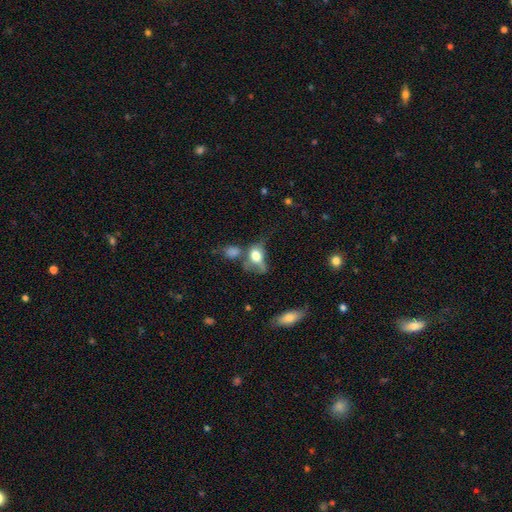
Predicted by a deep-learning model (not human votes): smooth_or_featured: smooth (p=0.62) [alt: featured or disk p=0.26]
how_rounded: in between (p=0.73) [alt: round p=0.23]
merging: major disturbance (p=0.35) [alt: merger p=0.26]